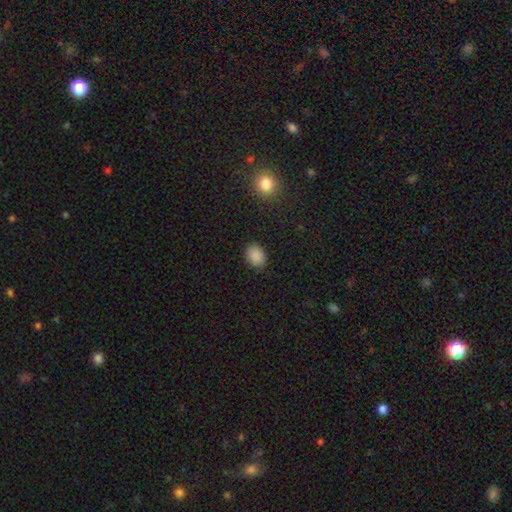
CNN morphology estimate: The model was most divided on "how rounded": in between: 67%, round: 32%, cigar-shaped: 1%. More confident: smooth or featured — smooth (87%); merging — none (86%).